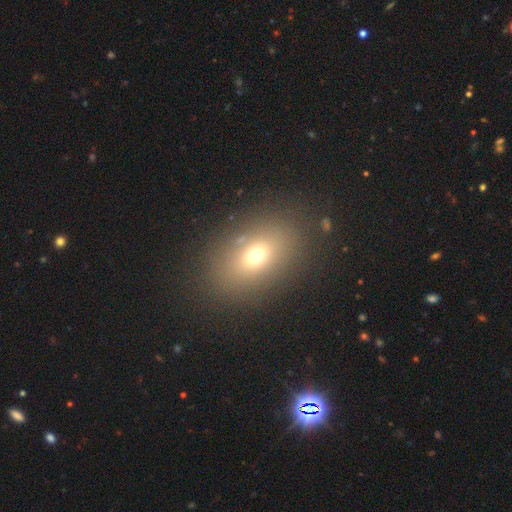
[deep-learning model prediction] This appears to be a smooth galaxy with no disk features (66%) that is in between round and cigar-shaped (76%). Merging: none (83%).